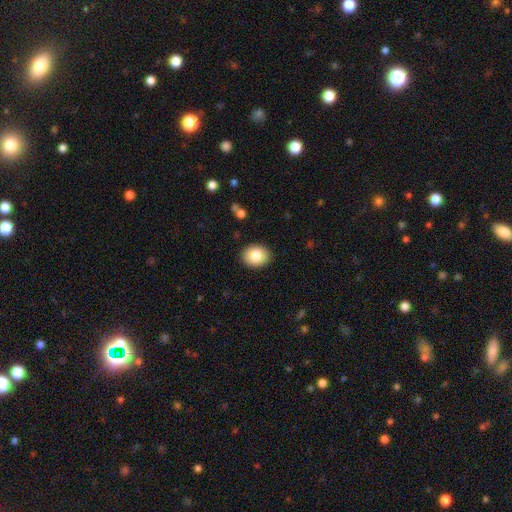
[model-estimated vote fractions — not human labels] Morphology: type=smooth (82%); roundness=round (54%); merging=none (90%).